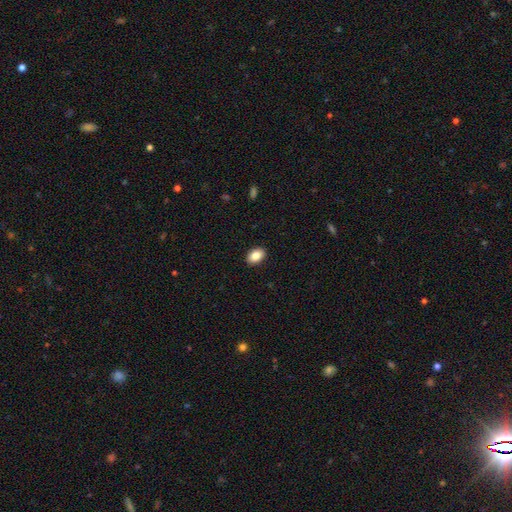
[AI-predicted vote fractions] Smooth or featured: smooth — 85% (star or artifact — 8%)
How rounded: in between — 86% (round — 12%)
Merging: none — 91% (minor disturbance — 7%)